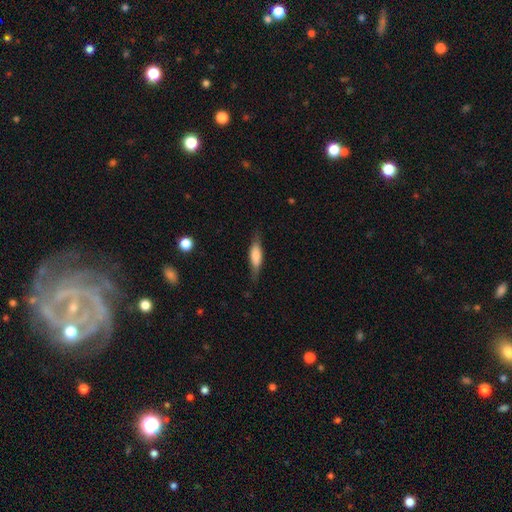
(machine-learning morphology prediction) Smooth or featured? Predicted: smooth (p=0.63). How rounded? Predicted: cigar-shaped (p=0.56). Merging? Predicted: none (p=0.77).